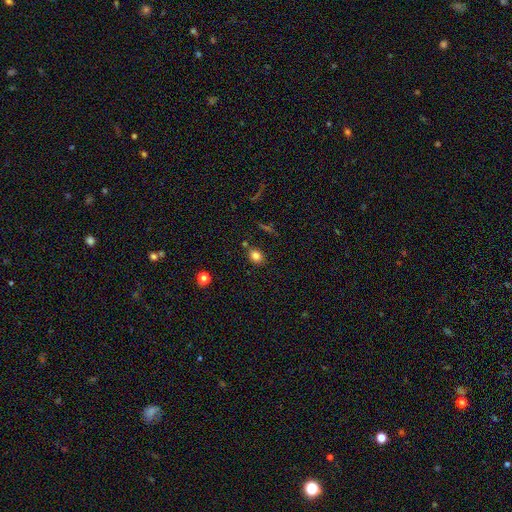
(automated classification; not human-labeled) smooth 81%, star or artifact 12%, featured or disk 7%. Down the decision tree: how rounded — round (53%); merging — none (79%).